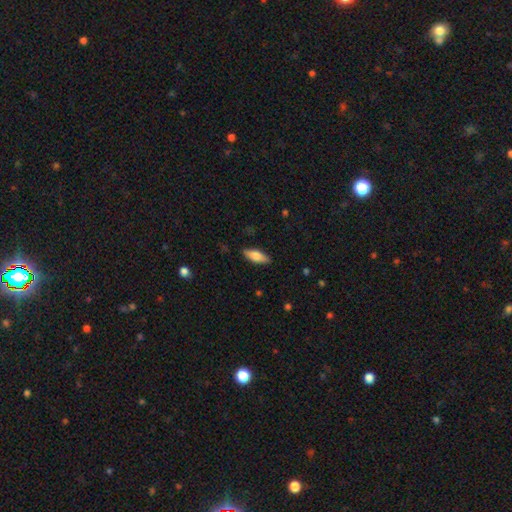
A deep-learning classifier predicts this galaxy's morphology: This is likely a smooth galaxy (73%). How rounded: likely in between (68%). Merging: clearly none (86%).